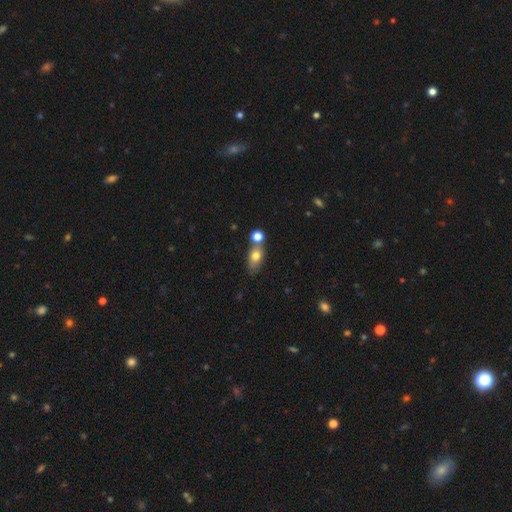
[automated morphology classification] Smooth or featured: smooth — 74% (featured or disk — 17%)
How rounded: in between — 76% (round — 18%)
Merging: none — 50% (merger — 31%)